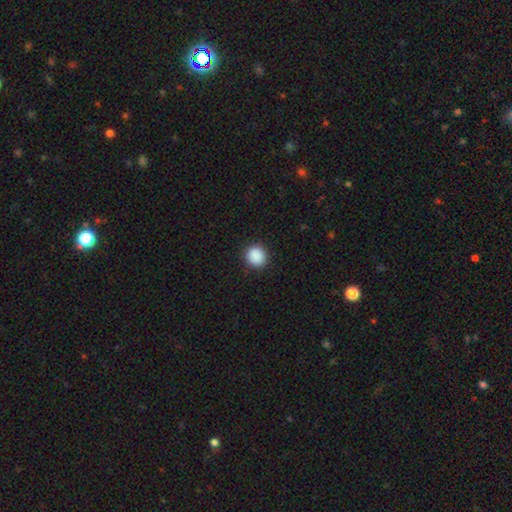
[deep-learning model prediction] This is clearly a smooth galaxy (89%). How rounded: clearly round (90%). Merging: clearly none (91%).